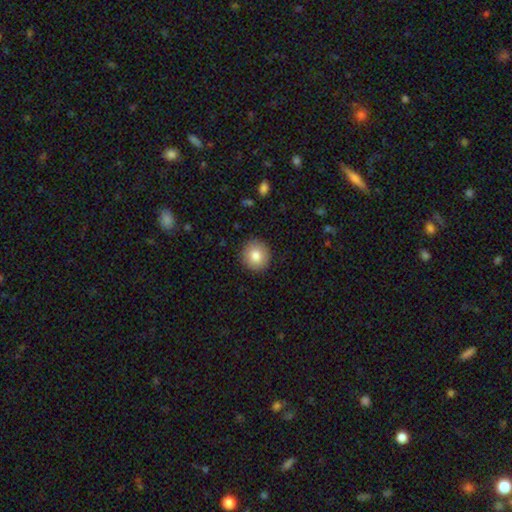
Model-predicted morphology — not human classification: This is clearly a smooth galaxy (82%). How rounded: clearly round (91%). Merging: clearly none (91%).